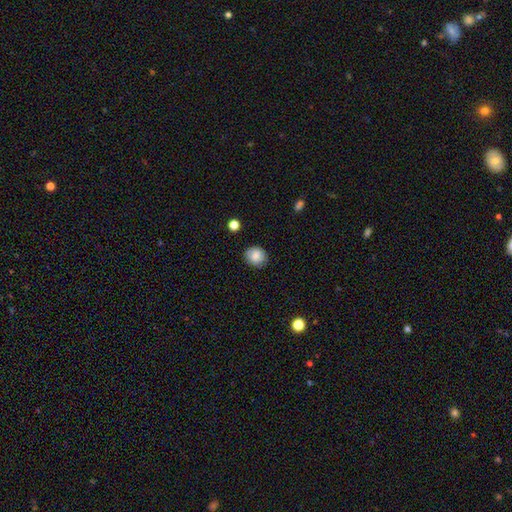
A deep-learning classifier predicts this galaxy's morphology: This appears to be a smooth galaxy with no disk features (80%) that is round (76%). Merging: none (84%).